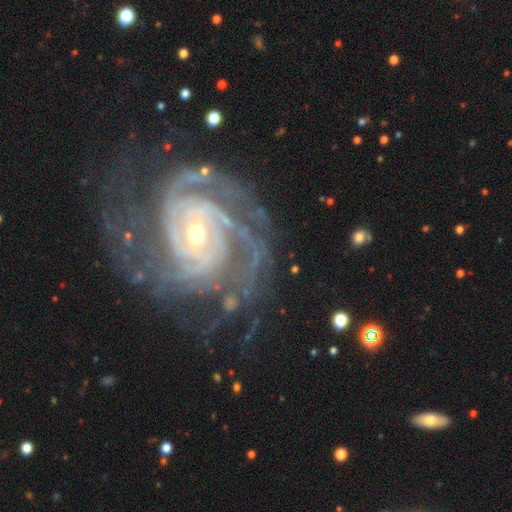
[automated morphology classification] This is clearly a featured or disk galaxy (93%). It is clearly not viewed edge-on (98%). Bar: possibly no (52%). Spiral arm pattern: clearly yes (99%). Spiral arm count: marginally 3 (27%). Spiral winding: likely tight (69%). Central bulge: possibly small (56%). Merging: likely none (63%).